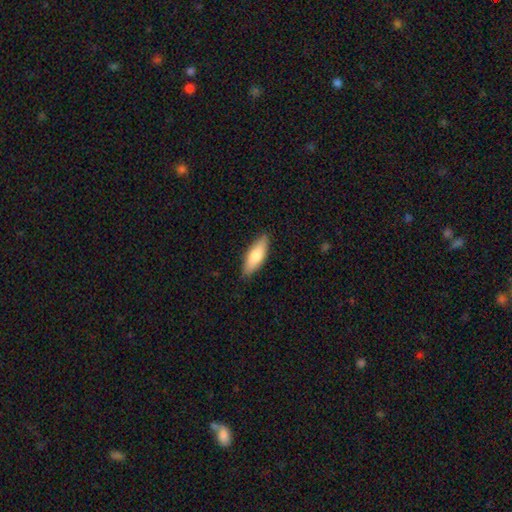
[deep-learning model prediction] The model was most divided on "how rounded": in between: 63%, cigar-shaped: 35%, round: 2%. More confident: merging — none (87%); smooth or featured — smooth (77%).